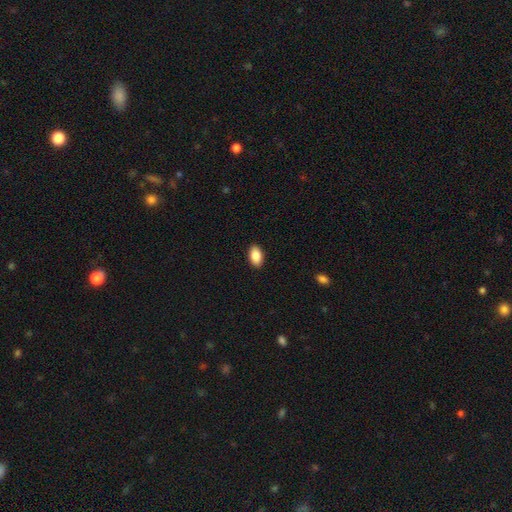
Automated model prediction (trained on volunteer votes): This appears to be a smooth galaxy with no disk features (87%) that is in between round and cigar-shaped (92%). Merging: none (91%).